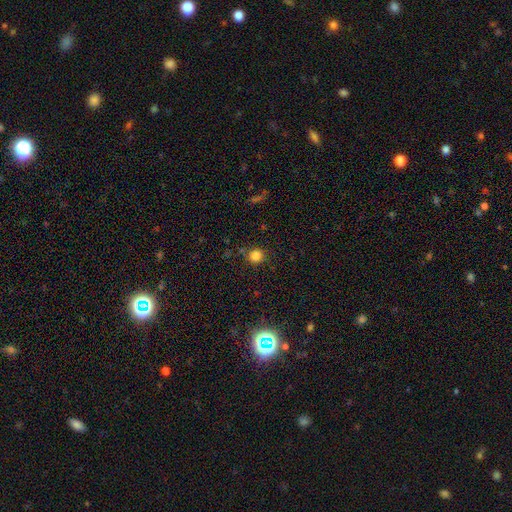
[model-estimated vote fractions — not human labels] Smooth or featured?
  - smooth: 81% *
  - star or artifact: 14%
  - featured or disk: 5%
How rounded?
  - round: 90% *
  - in between: 9%
  - cigar-shaped: 1%
Merging?
  - none: 84% *
  - minor disturbance: 10%
  - merger: 3%
  - major disturbance: 3%